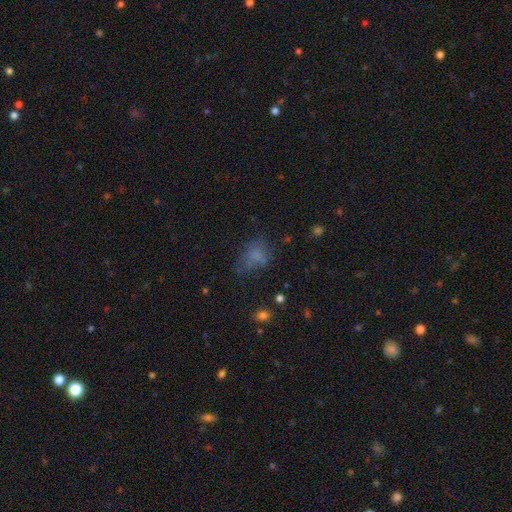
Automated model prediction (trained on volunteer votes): smooth 59%, featured or disk 21%, star or artifact 20%. Down the decision tree: how rounded — in between (71%); merging — none (41%).